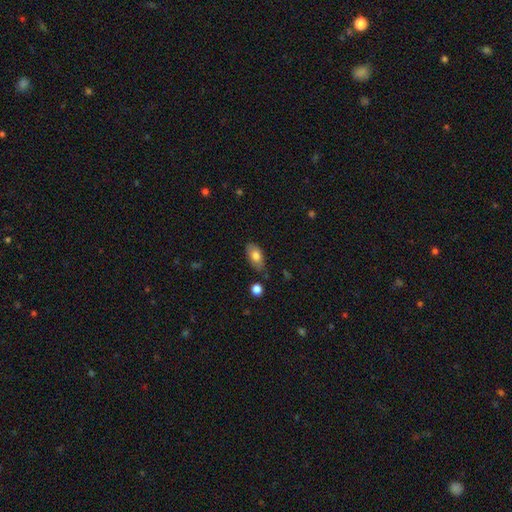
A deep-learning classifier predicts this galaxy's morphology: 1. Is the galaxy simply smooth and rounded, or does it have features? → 76% smooth, 17% featured or disk, 7% star or artifact.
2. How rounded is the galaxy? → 90% in between, 6% round, 4% cigar-shaped.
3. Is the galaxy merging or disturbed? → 71% none, 21% minor disturbance, 4% major disturbance, 3% merger.